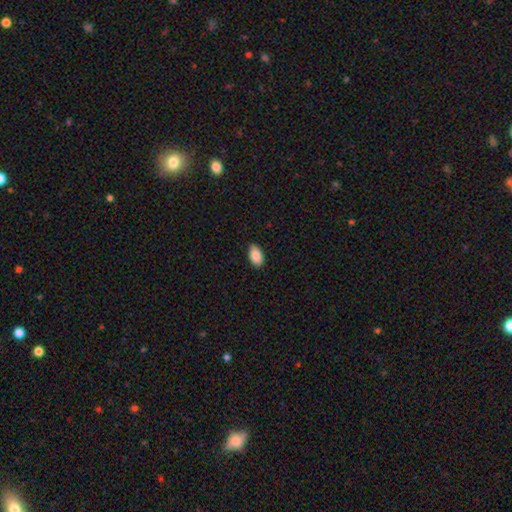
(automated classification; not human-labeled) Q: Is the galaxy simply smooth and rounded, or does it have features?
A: smooth — 87%.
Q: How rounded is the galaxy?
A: in between — 93%.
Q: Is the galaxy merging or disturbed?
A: none — 85%.